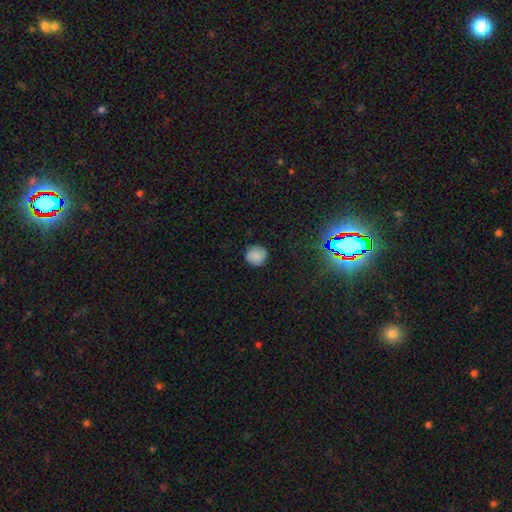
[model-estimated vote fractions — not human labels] smooth_or_featured: smooth (p=0.84) [alt: star or artifact p=0.10]
how_rounded: round (p=0.93) [alt: in between p=0.06]
merging: none (p=0.88) [alt: minor disturbance p=0.08]